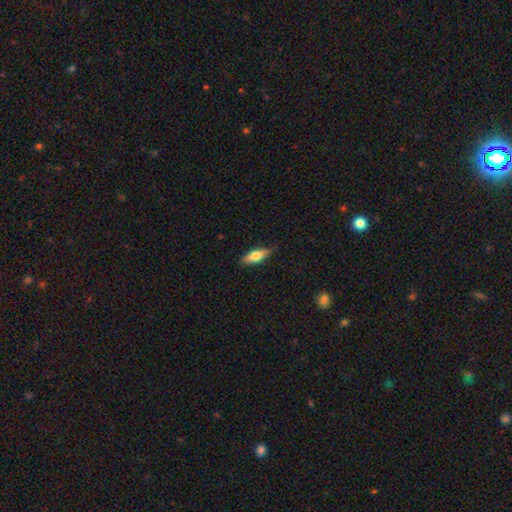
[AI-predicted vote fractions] Smooth or featured?
  - smooth: 68% *
  - featured or disk: 26%
  - star or artifact: 6%
How rounded?
  - in between: 61% *
  - cigar-shaped: 37%
  - round: 2%
Merging?
  - none: 80% *
  - minor disturbance: 16%
  - major disturbance: 3%
  - merger: 1%